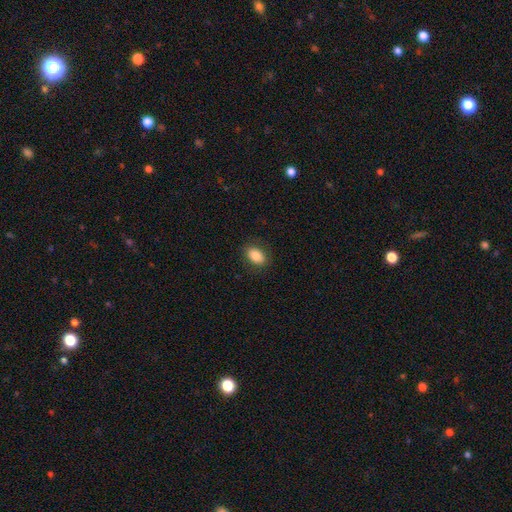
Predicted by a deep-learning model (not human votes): smooth 85%, star or artifact 8%, featured or disk 7%. Down the decision tree: how rounded — in between (85%); merging — none (86%).